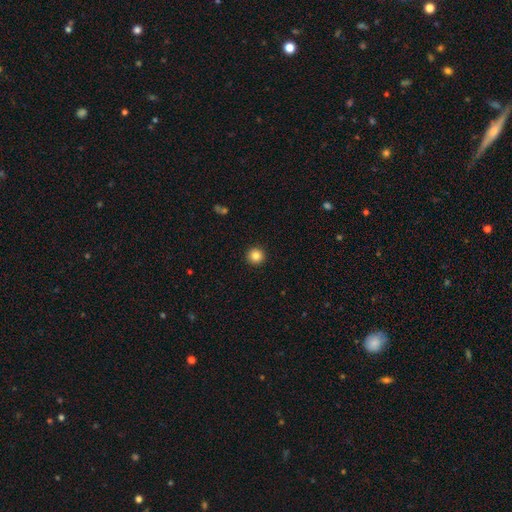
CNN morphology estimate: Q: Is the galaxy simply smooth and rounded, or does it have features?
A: smooth — 85%.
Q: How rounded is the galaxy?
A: round — 96%.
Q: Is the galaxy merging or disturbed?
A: none — 93%.